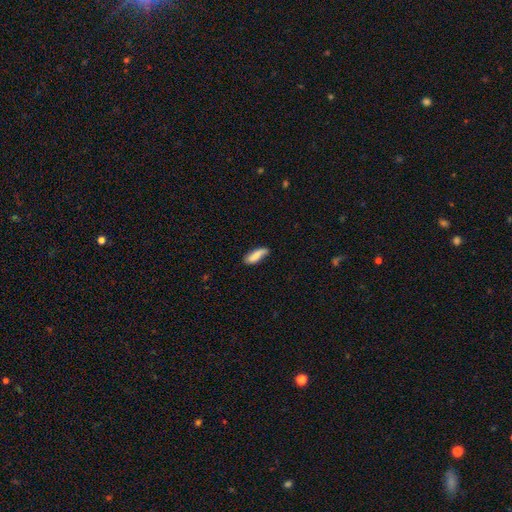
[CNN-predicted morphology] Overall: smooth (81%). How rounded: in between (53%; cigar-shaped 45%). Merging: none (70%).